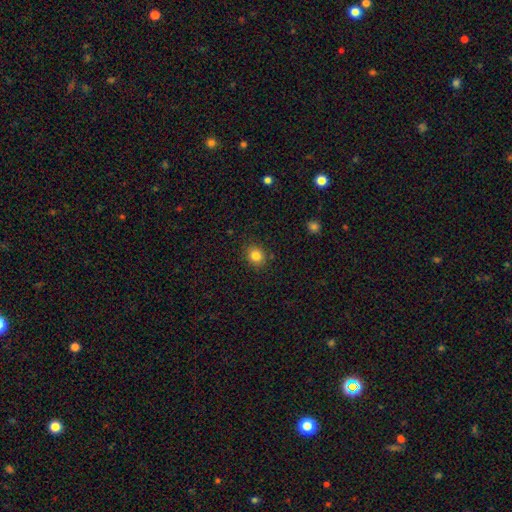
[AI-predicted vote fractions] Smooth or featured?
  - smooth: 83% *
  - star or artifact: 11%
  - featured or disk: 6%
How rounded?
  - round: 75% *
  - in between: 24%
  - cigar-shaped: 1%
Merging?
  - none: 87% *
  - minor disturbance: 9%
  - major disturbance: 2%
  - merger: 2%